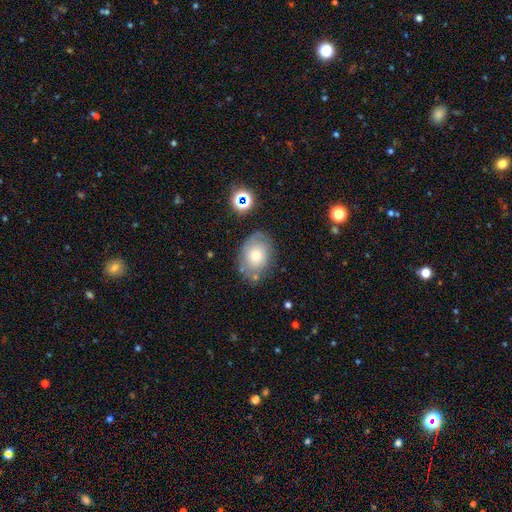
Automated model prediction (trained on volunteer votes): Smooth or featured? smooth (69%)
How rounded? in between (74%)
Merging? none (68%)